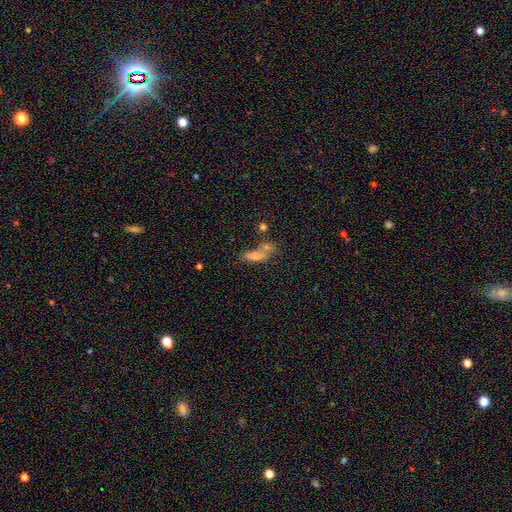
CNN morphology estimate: smooth 71%, featured or disk 17%, star or artifact 12%. Down the decision tree: how rounded — in between (58%); merging — merger (38%, tied with none).